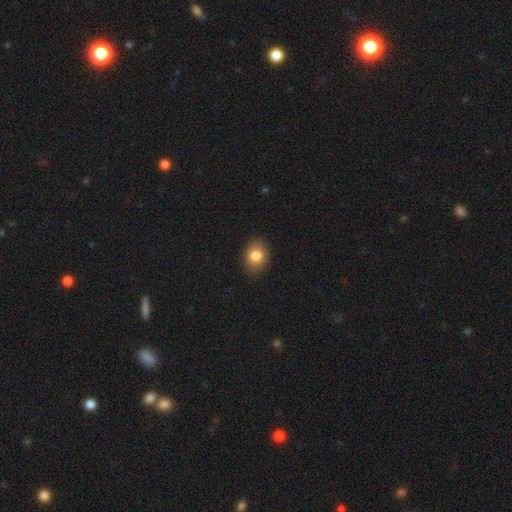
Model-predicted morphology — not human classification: type=smooth (83%); roundness=in between (58%); merging=none (88%).